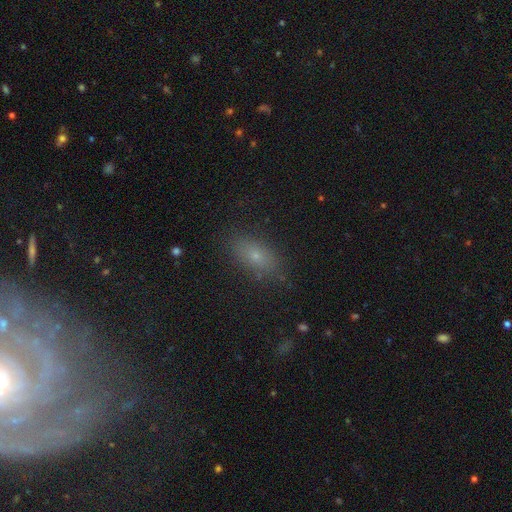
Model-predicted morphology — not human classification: smooth 70%, featured or disk 16%, star or artifact 14%. Down the decision tree: how rounded — in between (82%); merging — none (82%).